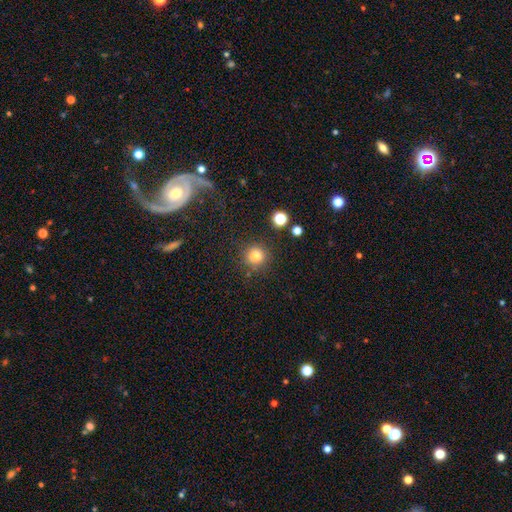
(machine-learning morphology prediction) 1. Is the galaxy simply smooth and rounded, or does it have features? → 79% smooth, 14% star or artifact, 7% featured or disk.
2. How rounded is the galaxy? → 94% round, 5% in between, 1% cigar-shaped.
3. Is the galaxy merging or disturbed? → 85% none, 8% minor disturbance, 3% merger, 3% major disturbance.